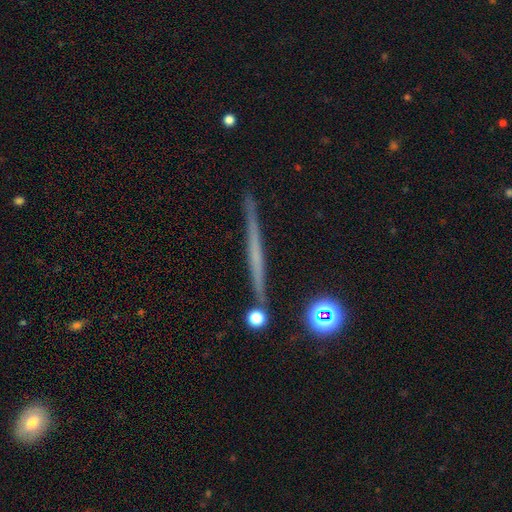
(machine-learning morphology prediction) Q: Smooth or featured?
A: featured or disk (59%); runner-up: smooth (31%)
Q: Edge-on disk?
A: yes (97%); runner-up: no (3%)
Q: Edge-on bulge?
A: none (89%); runner-up: rounded (7%)
Q: Merging?
A: none (90%); runner-up: minor disturbance (6%)